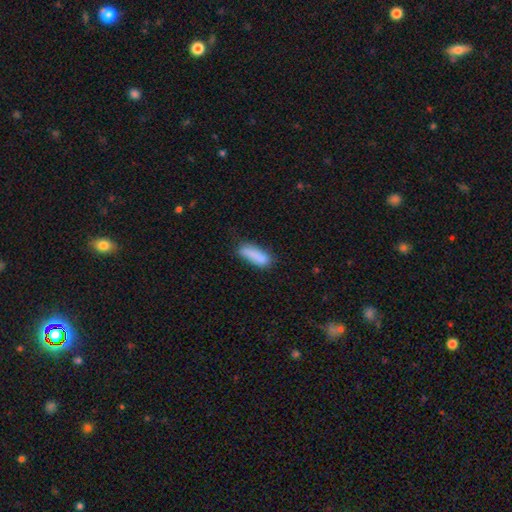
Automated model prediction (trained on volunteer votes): Smooth or featured?
  - smooth: 83% *
  - featured or disk: 10%
  - star or artifact: 8%
How rounded?
  - in between: 51% *
  - cigar-shaped: 46%
  - round: 2%
Merging?
  - none: 63% *
  - minor disturbance: 25%
  - major disturbance: 7%
  - merger: 6%